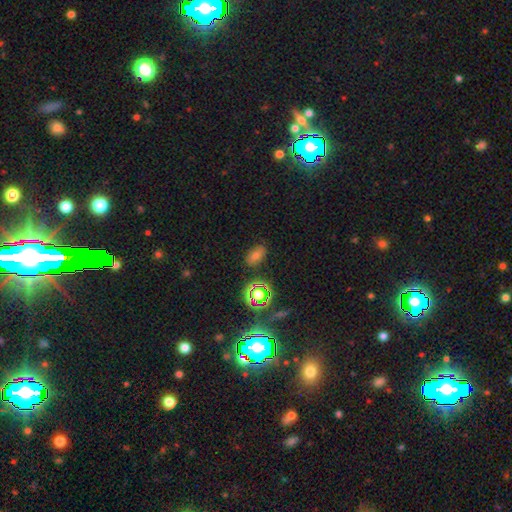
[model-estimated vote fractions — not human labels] Smooth or featured: smooth — 48% (star or artifact — 38%)
Merging: none — 82% (minor disturbance — 12%)